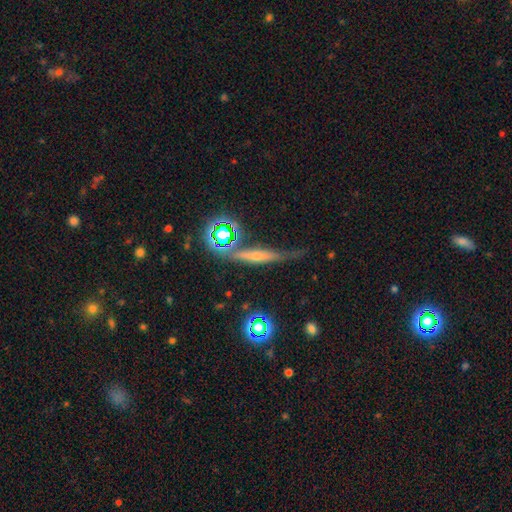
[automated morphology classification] Smooth or featured?
  - featured or disk: 44% *
  - smooth: 38%
  - star or artifact: 19%
Merging?
  - none: 66% *
  - minor disturbance: 20%
  - major disturbance: 7%
  - merger: 7%